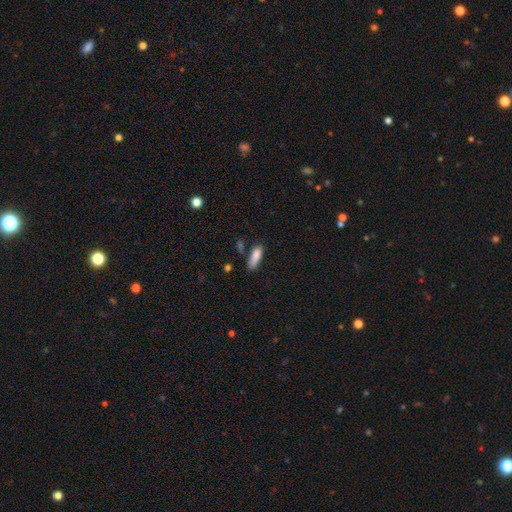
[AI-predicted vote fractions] This is clearly a smooth galaxy (85%). How rounded: possibly in between (58%). Merging: possibly none (59%).